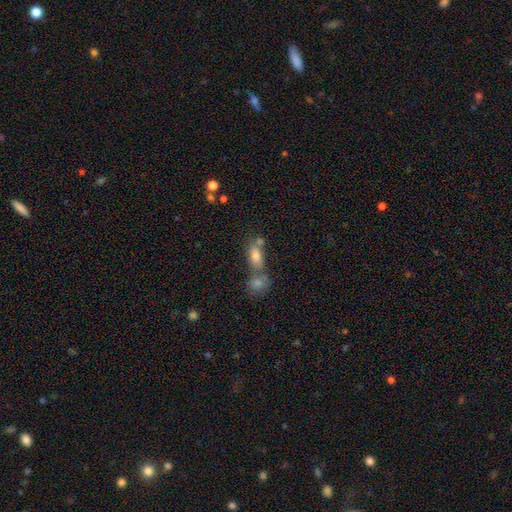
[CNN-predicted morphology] The model was most divided on "merging": none: 44%, merger: 40%, minor disturbance: 11%, major disturbance: 5%. More confident: how rounded — in between (81%); smooth or featured — smooth (73%).